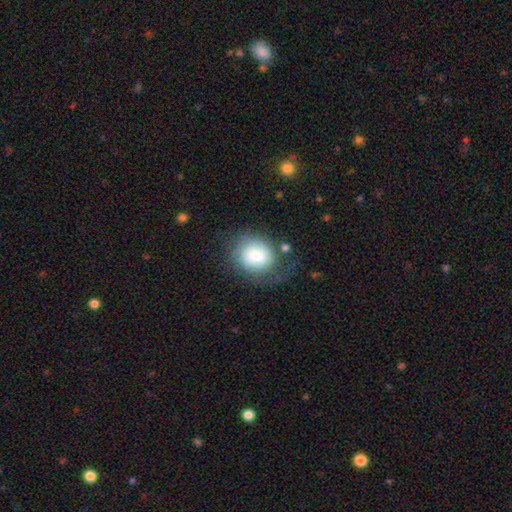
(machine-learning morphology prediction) Smooth or featured: smooth — 66% (featured or disk — 26%)
How rounded: round — 73% (in between — 27%)
Merging: none — 54% (minor disturbance — 23%)